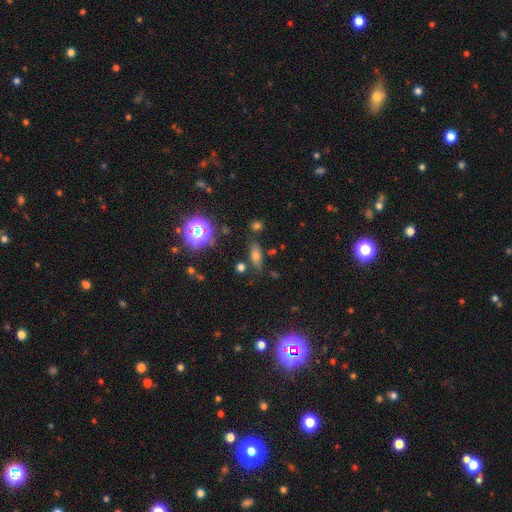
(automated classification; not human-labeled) The model was most divided on "smooth or featured": smooth: 61%, star or artifact: 22%, featured or disk: 18%. More confident: merging — none (75%); how rounded — in between (66%).